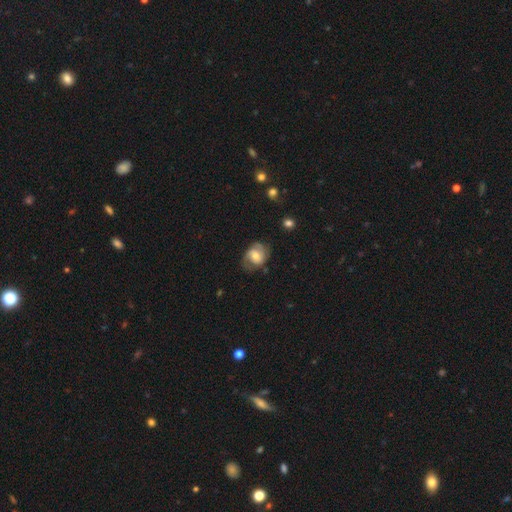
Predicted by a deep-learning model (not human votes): smooth-or-featured: featured or disk: 59% | smooth: 33% | star or artifact: 8%
  disk-edge-on: no: 97% | yes: 3%
    bar: no: 50% | weak: 39% | strong: 11%
    has-spiral-arms: yes: 86% | no: 14%
    bulge-size: moderate: 57% | small: 29% | large: 10% | none: 3% | dominant: 1%
  merging: none: 62% | minor disturbance: 24% | major disturbance: 13% | merger: 2%